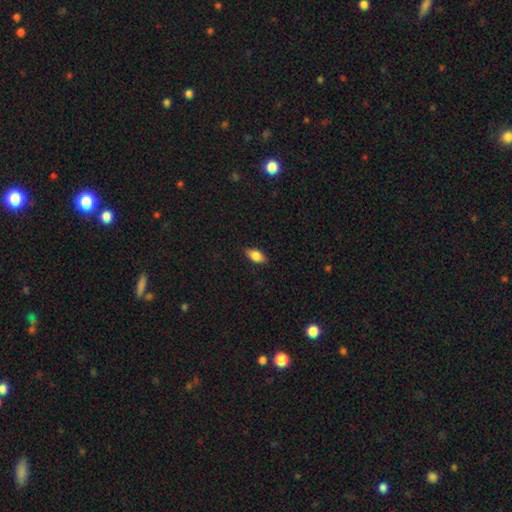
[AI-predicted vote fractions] This is clearly a smooth galaxy (82%). How rounded: clearly in between (89%). Merging: clearly none (87%).